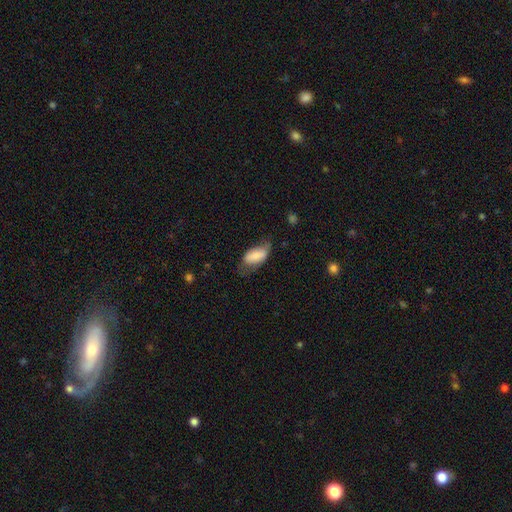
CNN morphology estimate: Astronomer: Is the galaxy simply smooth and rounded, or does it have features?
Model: smooth — 72%.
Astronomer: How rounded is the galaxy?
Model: in between — 92%.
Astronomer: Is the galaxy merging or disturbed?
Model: none — 42% (runner-up: minor disturbance, 37%).